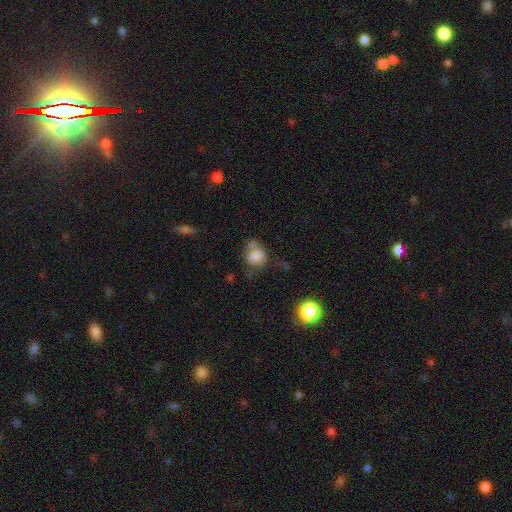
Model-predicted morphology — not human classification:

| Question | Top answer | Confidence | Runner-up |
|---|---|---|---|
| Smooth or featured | smooth | 76% | featured or disk (13%) |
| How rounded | round | 59% | in between (40%) |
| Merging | none | 36% | minor disturbance (23%) |